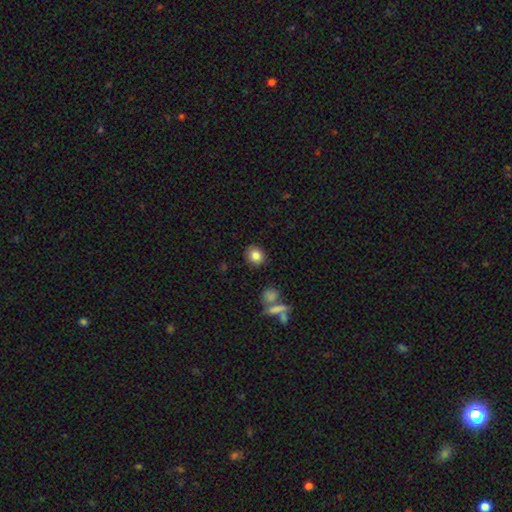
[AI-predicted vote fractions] Q: Smooth or featured?
A: smooth (82%); runner-up: star or artifact (10%)
Q: How rounded?
A: round (75%); runner-up: in between (24%)
Q: Merging?
A: none (86%); runner-up: minor disturbance (8%)